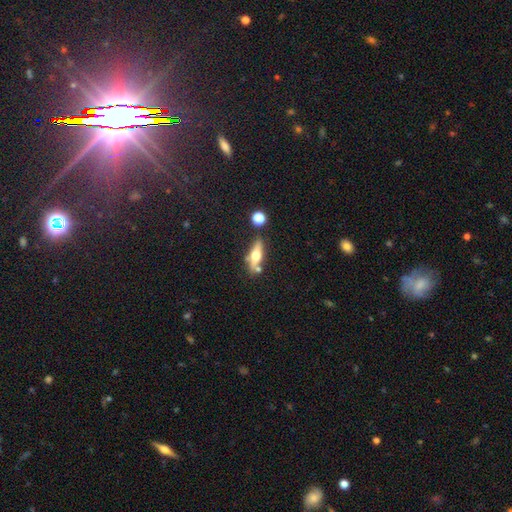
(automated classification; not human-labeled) A featured or disk galaxy (48%). Merging: none (71%).